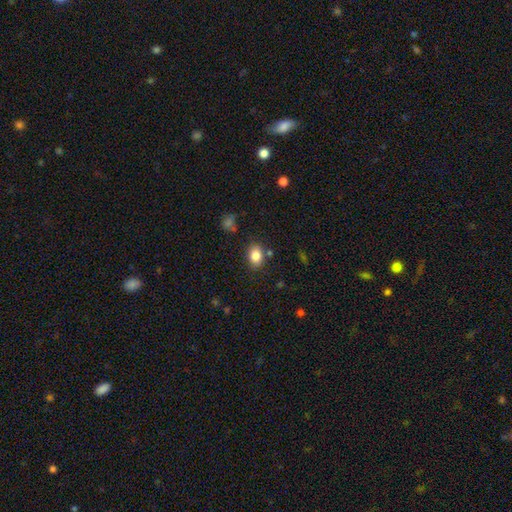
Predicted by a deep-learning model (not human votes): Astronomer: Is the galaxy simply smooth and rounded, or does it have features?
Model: smooth — 84%.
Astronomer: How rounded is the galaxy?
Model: in between — 69%.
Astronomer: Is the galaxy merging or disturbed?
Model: none — 80%.